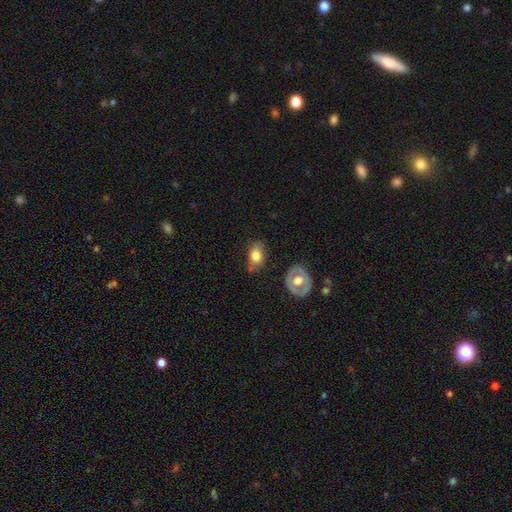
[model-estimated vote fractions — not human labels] smooth_or_featured: smooth (p=0.75) [alt: featured or disk p=0.17]
how_rounded: in between (p=0.76) [alt: round p=0.22]
merging: none (p=0.68) [alt: minor disturbance p=0.21]